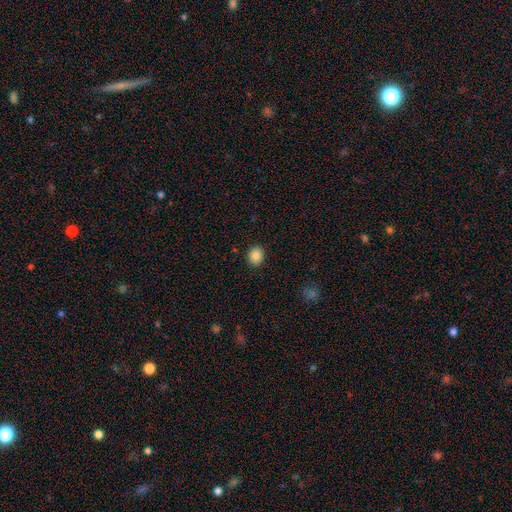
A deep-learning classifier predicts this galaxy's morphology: A smooth galaxy with no disk features (86%) that is round (60%). Merging: none (89%).